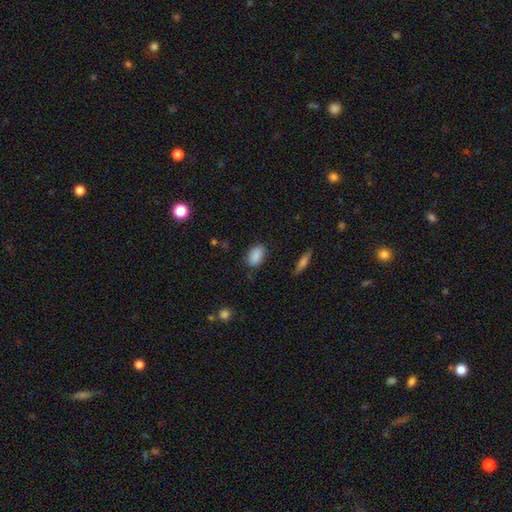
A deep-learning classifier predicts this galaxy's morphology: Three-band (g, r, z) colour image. It shows a smooth galaxy with no disk features (88%) that is in between round and cigar-shaped (89%). Merging: none (83%).